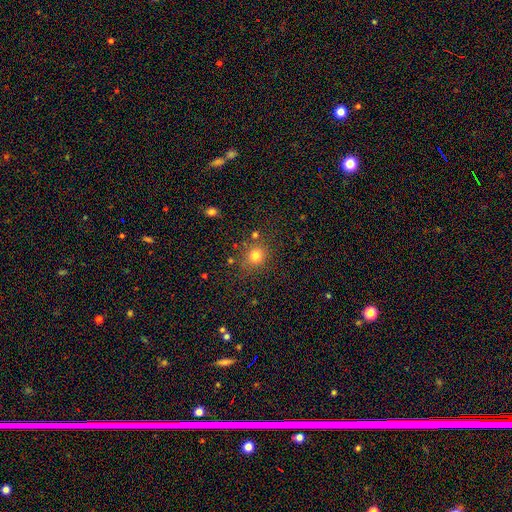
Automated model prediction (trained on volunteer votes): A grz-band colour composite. It shows a smooth galaxy with no disk features (77%) that is round (82%). Merging: none (78%).